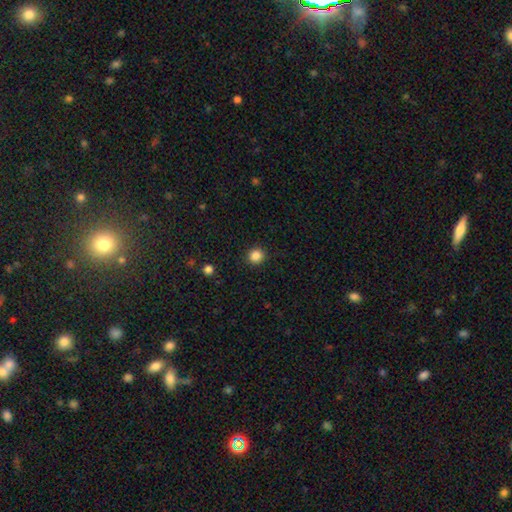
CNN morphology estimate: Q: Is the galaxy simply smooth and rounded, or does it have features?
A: smooth — 86%.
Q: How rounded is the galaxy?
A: round — 93%.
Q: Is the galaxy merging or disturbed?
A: none — 92%.